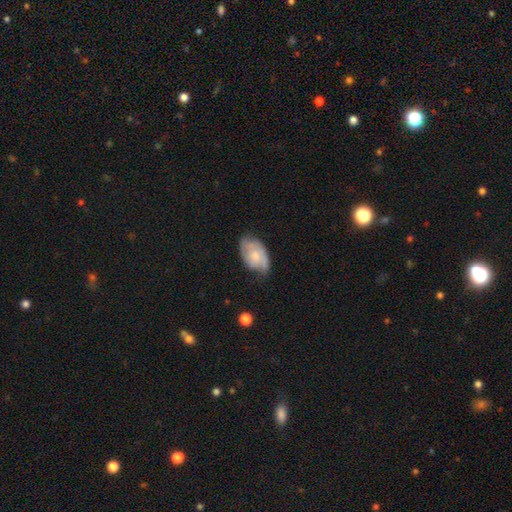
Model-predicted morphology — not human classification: smooth 52%, featured or disk 41%, star or artifact 6%. Down the decision tree: how rounded — in between (90%); merging — none (52%).